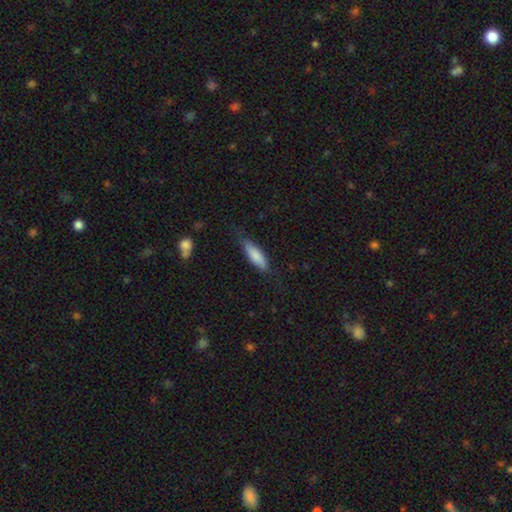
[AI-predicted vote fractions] smooth-or-featured: smooth: 80% | featured or disk: 14% | star or artifact: 6%
  how-rounded: cigar-shaped: 53% | in between: 46% | round: 2%
  merging: none: 67% | minor disturbance: 25% | major disturbance: 7% | merger: 2%